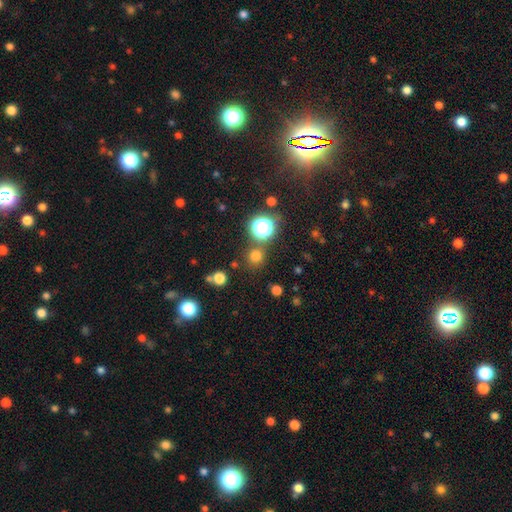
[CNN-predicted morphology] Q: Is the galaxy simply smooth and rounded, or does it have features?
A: smooth — 70%.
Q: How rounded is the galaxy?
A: round — 92%.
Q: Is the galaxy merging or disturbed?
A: none — 81%.